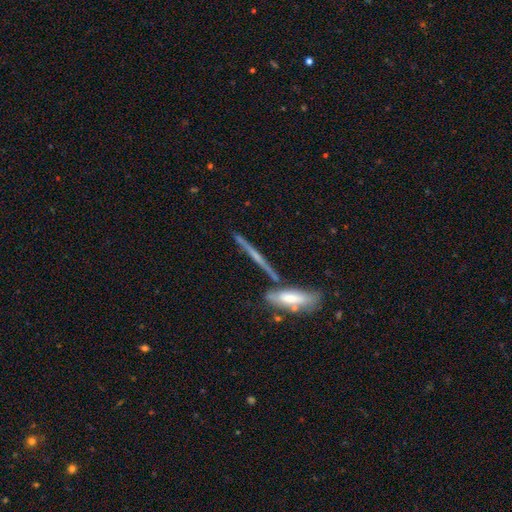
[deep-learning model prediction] Smooth or featured?
  - featured or disk: 65% *
  - smooth: 26%
  - star or artifact: 9%
Edge-on disk?
  - yes: 94% *
  - no: 6%
Edge-on bulge?
  - none: 49% *
  - rounded: 38%
  - boxy: 13%
Merging?
  - none: 72% *
  - merger: 14%
  - minor disturbance: 11%
  - major disturbance: 4%